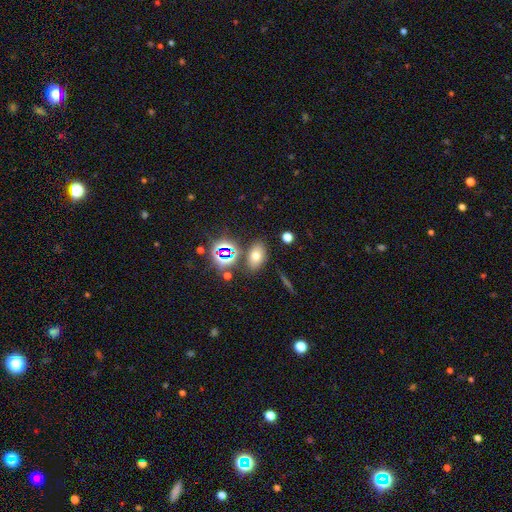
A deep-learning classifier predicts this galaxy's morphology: This appears to be a smooth galaxy with no disk features (63%) that is in between round and cigar-shaped (86%). Merging: none (79%).